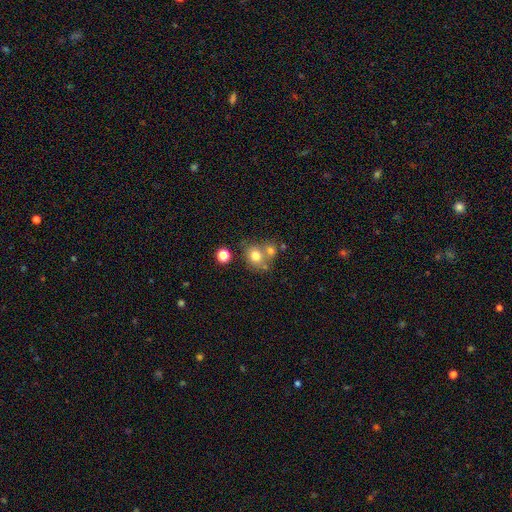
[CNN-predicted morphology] smooth_or_featured: smooth (p=0.74) [alt: featured or disk p=0.13]
how_rounded: round (p=0.76) [alt: in between p=0.23]
merging: none (p=0.51) [alt: merger p=0.34]